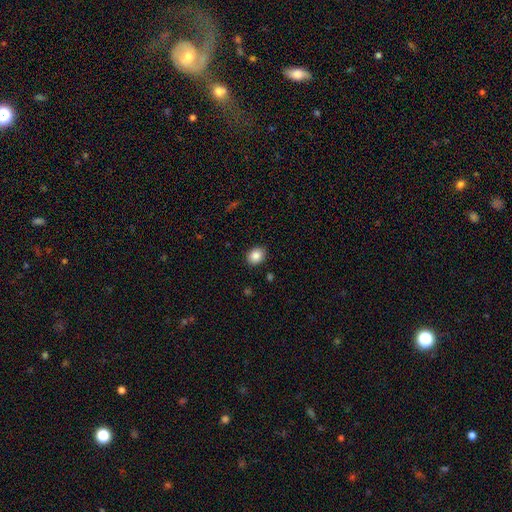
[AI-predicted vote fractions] Morphology: type=smooth (87%); roundness=round (55%); merging=none (89%).